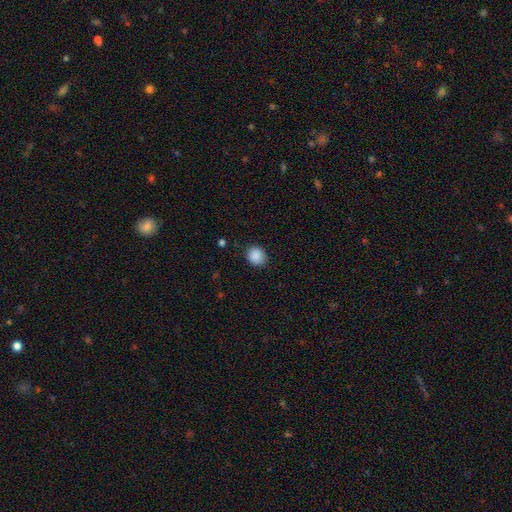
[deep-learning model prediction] Smooth or featured?
  - smooth: 88% *
  - star or artifact: 9%
  - featured or disk: 3%
How rounded?
  - round: 77% *
  - in between: 22%
  - cigar-shaped: 1%
Merging?
  - none: 85% *
  - minor disturbance: 11%
  - major disturbance: 3%
  - merger: 1%